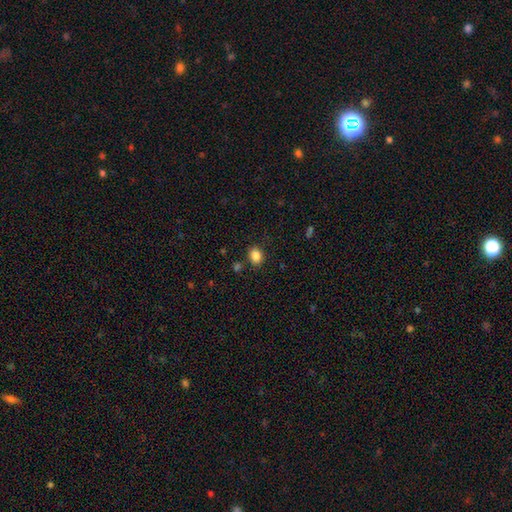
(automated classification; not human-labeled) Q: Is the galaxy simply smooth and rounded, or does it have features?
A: smooth — 85%.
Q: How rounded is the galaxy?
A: in between — 50%.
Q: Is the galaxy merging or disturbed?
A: none — 84%.